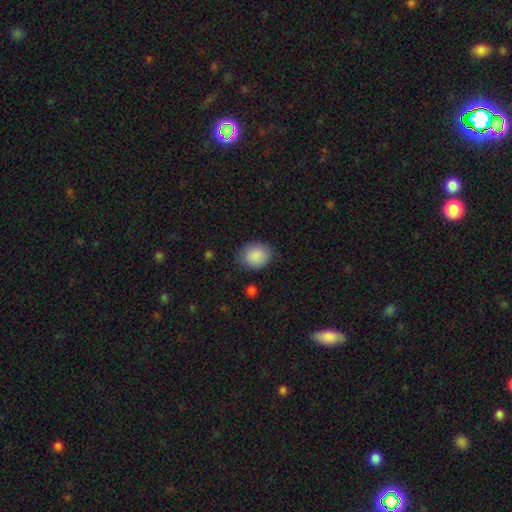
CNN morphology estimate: smooth_or_featured: smooth (p=0.89) [alt: star or artifact p=0.07]
how_rounded: round (p=0.59) [alt: in between p=0.40]
merging: none (p=0.79) [alt: minor disturbance p=0.16]